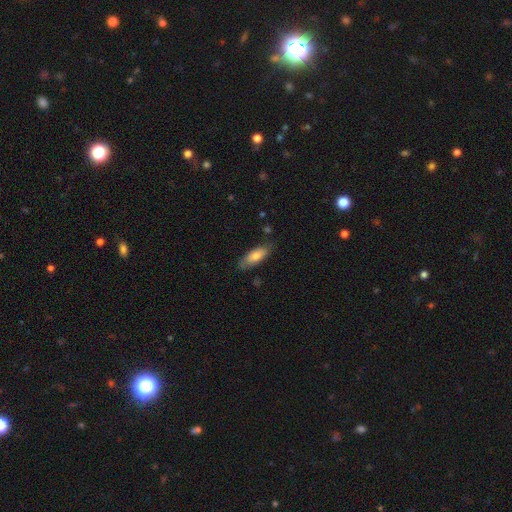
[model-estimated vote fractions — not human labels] Overall: smooth (77%). How rounded: in between (72%). Merging: none (76%).